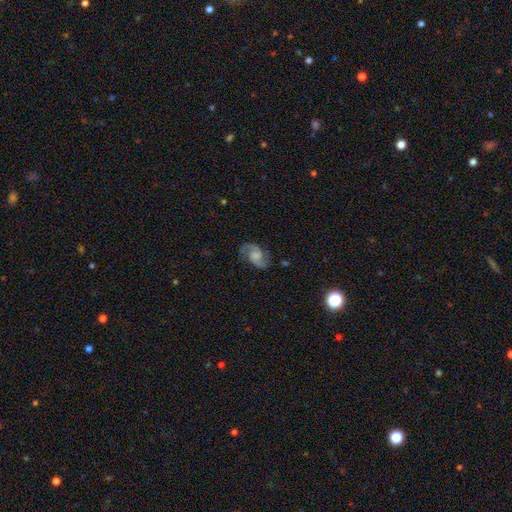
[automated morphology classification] smooth-or-featured: featured or disk: 85% | smooth: 9% | star or artifact: 6%
  disk-edge-on: no: 98% | yes: 2%
    bar: no: 47% | weak: 43% | strong: 10%
    has-spiral-arms: yes: 97% | no: 3%
      spiral-winding: medium: 55% | loose: 31% | tight: 14%
      spiral-arm-count: 2: 93% | can't tell: 2% | 1: 1% | 3: 1% | 4: 1% | more than 4: 1%
    bulge-size: none: 50% | moderate: 20% | small: 17% | large: 12% | dominant: 2%
  merging: none: 79% | minor disturbance: 14% | major disturbance: 5% | merger: 2%